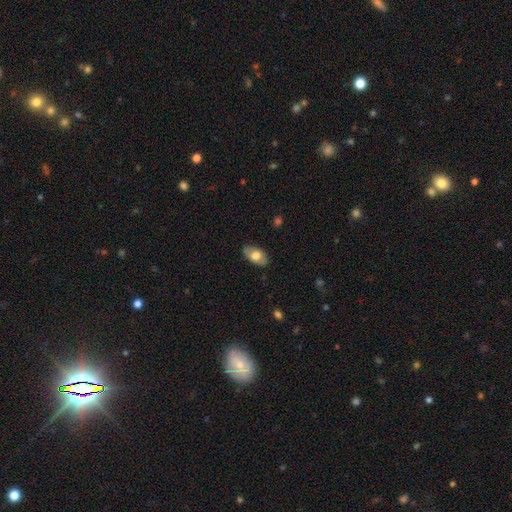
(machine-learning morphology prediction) A smooth galaxy with no disk features (68%) that is in between round and cigar-shaped (93%).

Vote fractions:
- Smooth or featured? smooth: 68% / featured or disk: 26% / star or artifact: 6%
- How rounded? in between: 93% / round: 5% / cigar-shaped: 2%
- Merging? none: 83% / minor disturbance: 14% / major disturbance: 3% / merger: 1%